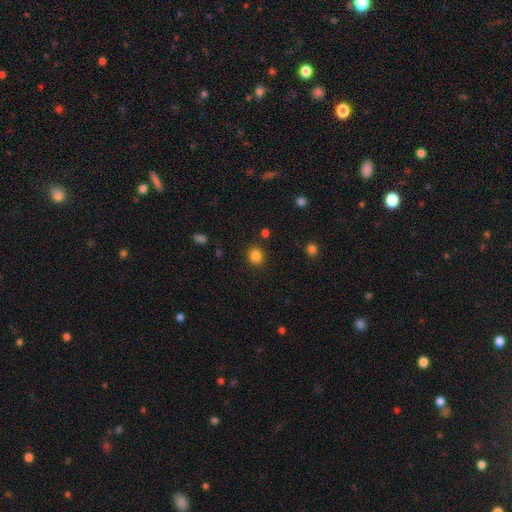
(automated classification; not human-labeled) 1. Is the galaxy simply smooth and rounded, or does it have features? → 84% smooth, 12% star or artifact, 4% featured or disk.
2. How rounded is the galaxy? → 76% round, 23% in between, 1% cigar-shaped.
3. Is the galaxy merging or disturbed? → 87% none, 8% minor disturbance, 3% major disturbance, 3% merger.